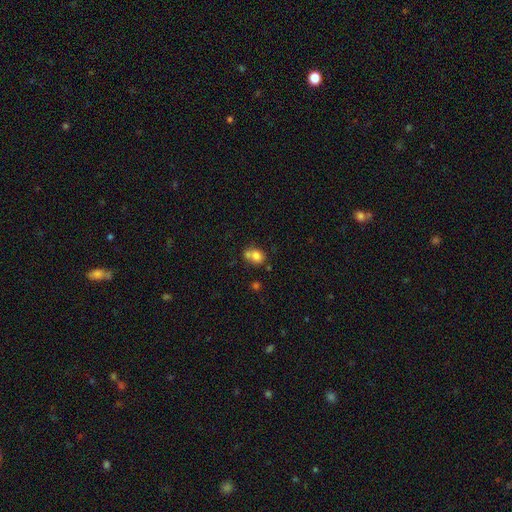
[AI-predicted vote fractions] smooth-or-featured: smooth: 78% | featured or disk: 12% | star or artifact: 11%
  how-rounded: round: 59% | in between: 40% | cigar-shaped: 1%
  merging: merger: 44% | none: 40% | minor disturbance: 12% | major disturbance: 5%